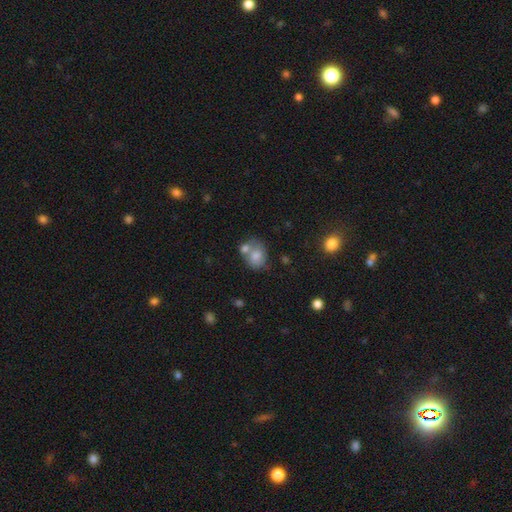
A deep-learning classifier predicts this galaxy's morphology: A smooth galaxy with no disk features (74%) that is in between round and cigar-shaped (51%). Merging: merger (40%).